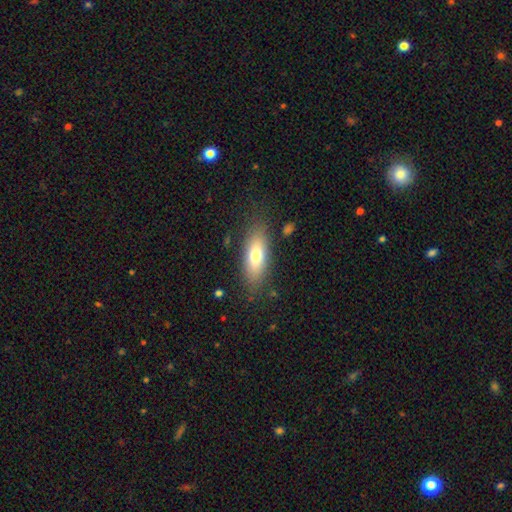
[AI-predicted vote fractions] Smooth or featured: smooth — 73% (featured or disk — 19%)
How rounded: in between — 74% (cigar-shaped — 23%)
Merging: none — 81% (minor disturbance — 13%)